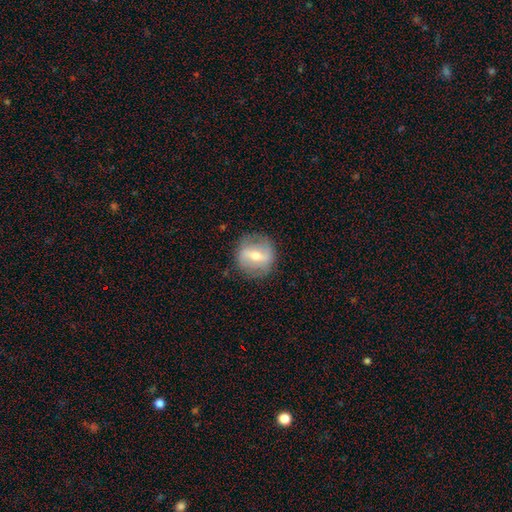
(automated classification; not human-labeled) smooth-or-featured: featured or disk: 58% | smooth: 34% | star or artifact: 8%
  disk-edge-on: no: 88% | yes: 12%
    bar: strong: 52% | weak: 36% | no: 12%
    has-spiral-arms: no: 58% | yes: 42%
    bulge-size: moderate: 64% | small: 29% | large: 5% | none: 1% | dominant: 1%
  merging: none: 81% | minor disturbance: 13% | major disturbance: 5% | merger: 1%